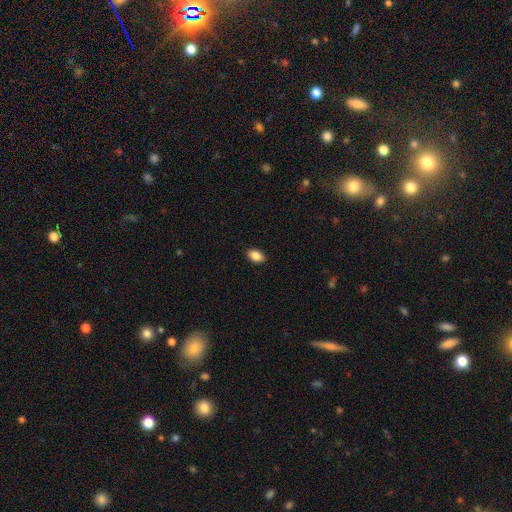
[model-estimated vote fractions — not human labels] The model was most divided on "how rounded": in between: 87%, round: 11%, cigar-shaped: 1%. More confident: merging — none (90%); smooth or featured — smooth (87%).